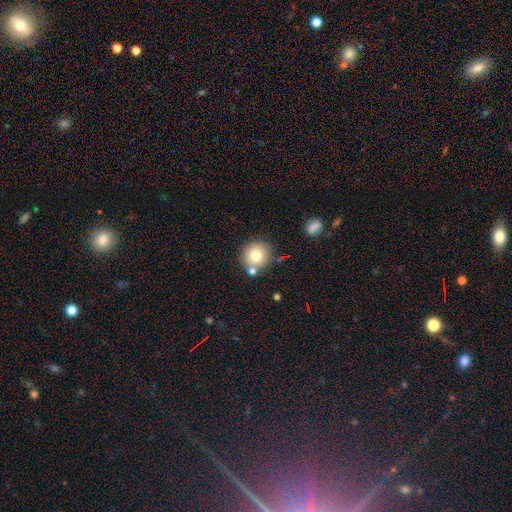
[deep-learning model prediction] A smooth galaxy with no disk features (76%) that is round (91%). Merging: none (70%).